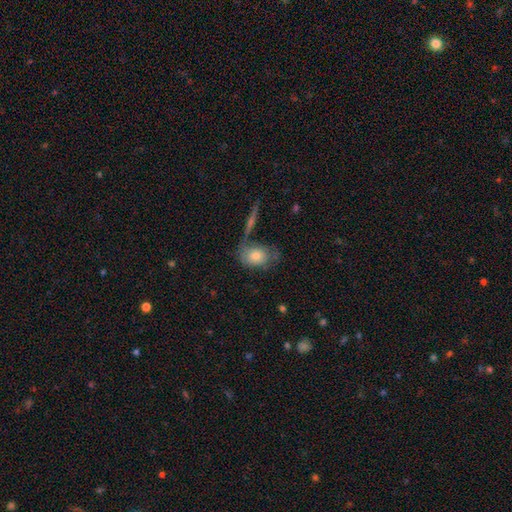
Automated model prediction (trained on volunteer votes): A smooth galaxy with no disk features (67%) that is in between round and cigar-shaped (66%). Merging: none (52%).